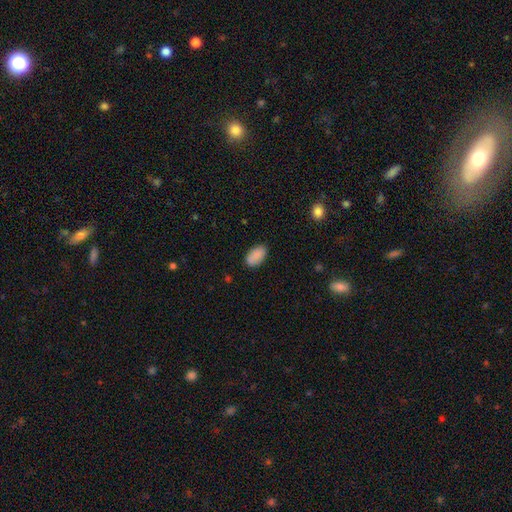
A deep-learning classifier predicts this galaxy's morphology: Smooth or featured? Predicted: smooth (p=0.89). How rounded? Predicted: in between (p=0.94). Merging? Predicted: none (p=0.83).